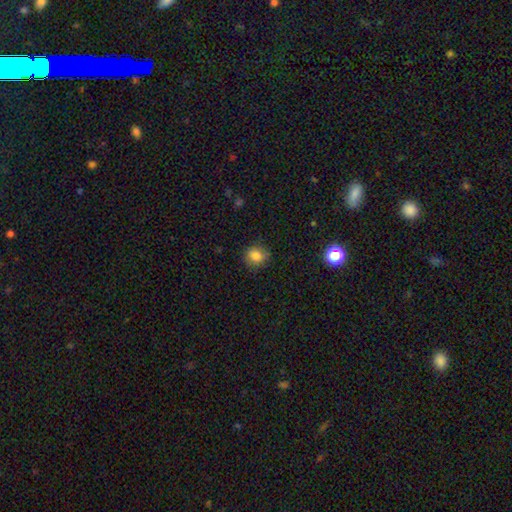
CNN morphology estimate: A smooth galaxy with no disk features (84%) that is round (75%). Merging: none (82%).